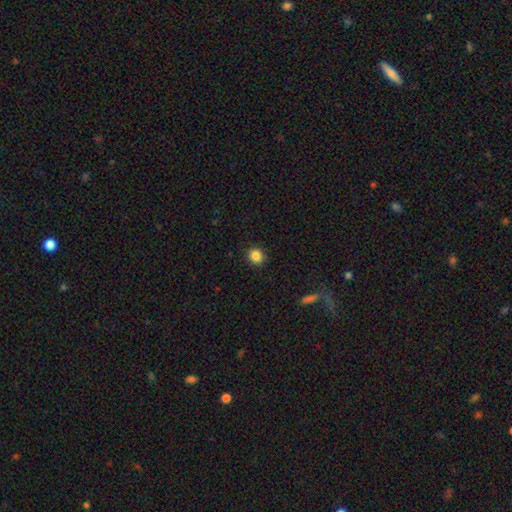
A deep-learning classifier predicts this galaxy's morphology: Smooth or featured: smooth — 86% (star or artifact — 10%)
How rounded: round — 86% (in between — 13%)
Merging: none — 91% (minor disturbance — 6%)